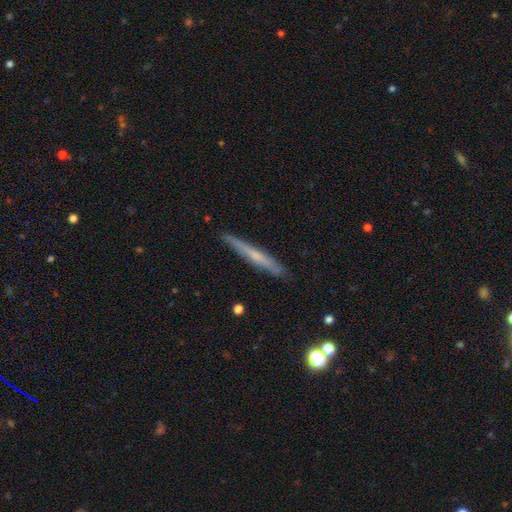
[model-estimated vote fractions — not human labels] Morphology: type=smooth (47%, tied with featured or disk); merging=none (88%).